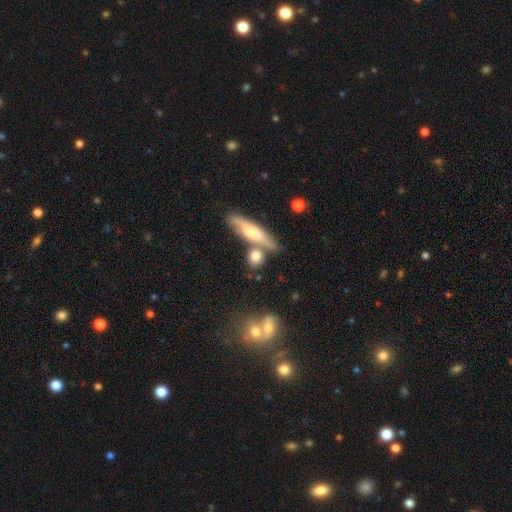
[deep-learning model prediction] This appears to be a smooth galaxy with no disk features (70%) that is round (49%). Merging: none (63%).